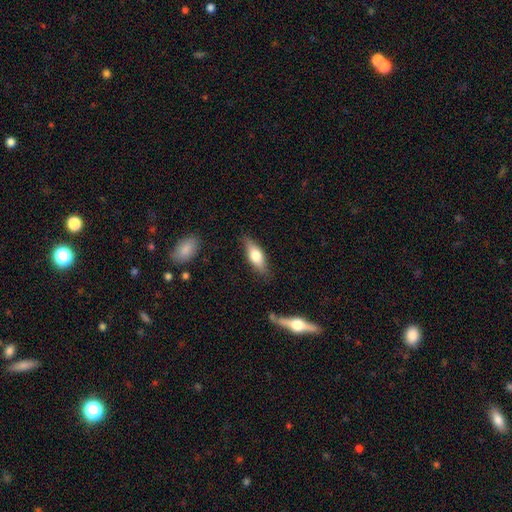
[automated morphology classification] Smooth or featured? smooth (64%)
How rounded? in between (67%)
Merging? none (81%)